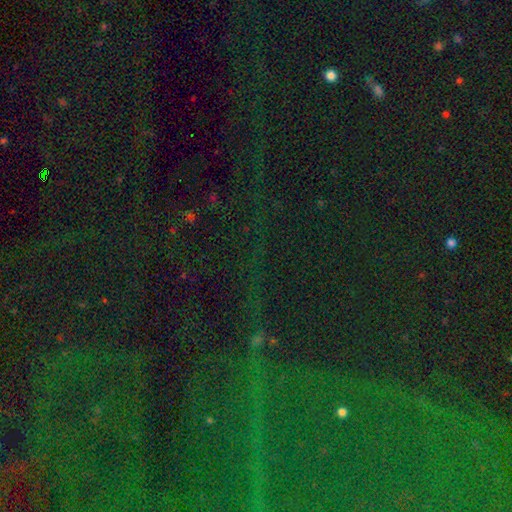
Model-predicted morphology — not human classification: Smooth or featured: star or artifact — 83% (smooth — 9%)